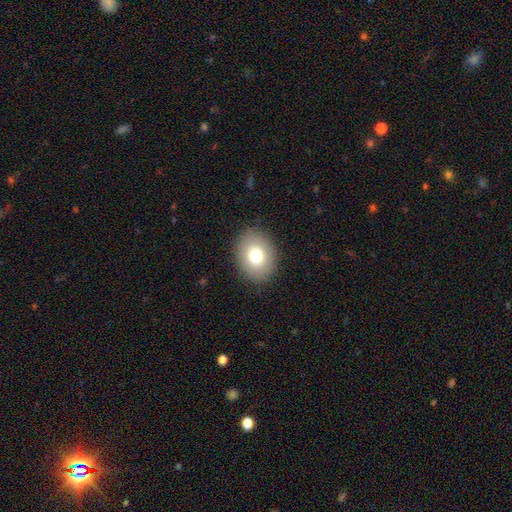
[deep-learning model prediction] smooth-or-featured: smooth: 77% | featured or disk: 14% | star or artifact: 10%
  how-rounded: in between: 59% | round: 40% | cigar-shaped: 1%
  merging: none: 88% | minor disturbance: 8% | major disturbance: 3% | merger: 1%